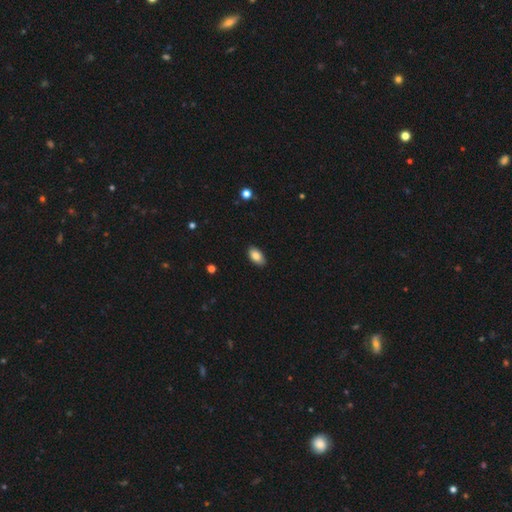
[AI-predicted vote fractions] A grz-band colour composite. It shows a smooth galaxy with no disk features (84%) that is in between round and cigar-shaped (93%). Merging: none (88%).